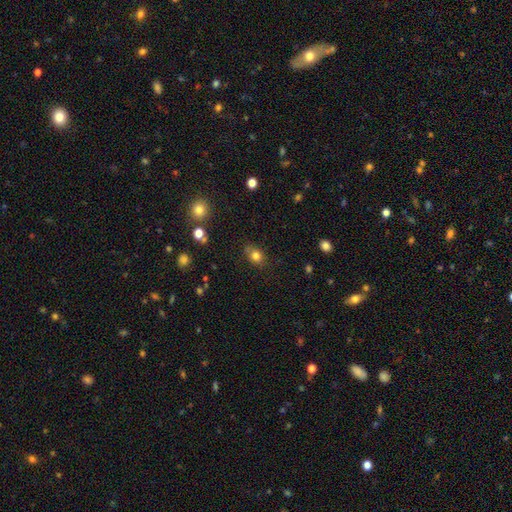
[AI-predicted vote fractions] Smooth or featured: smooth — 79% (star or artifact — 14%)
How rounded: round — 61% (in between — 38%)
Merging: none — 71% (minor disturbance — 18%)